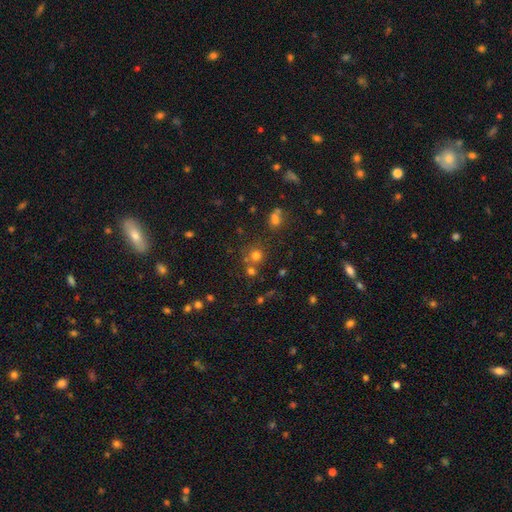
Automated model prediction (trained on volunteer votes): A smooth galaxy with no disk features (67%) that is round (89%). Merging: none (64%).